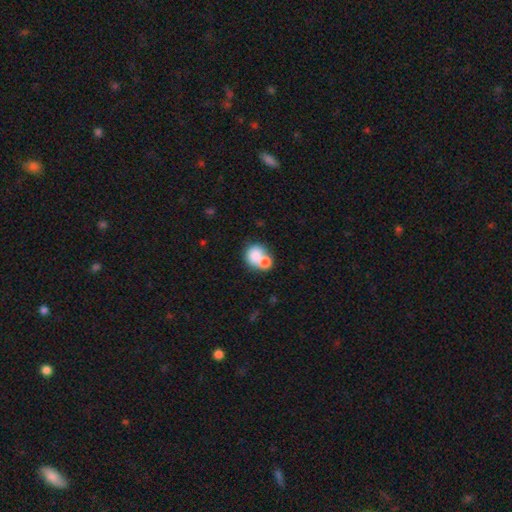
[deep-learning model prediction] smooth-or-featured: smooth: 75% | featured or disk: 16% | star or artifact: 9%
  how-rounded: round: 69% | in between: 30% | cigar-shaped: 1%
  merging: merger: 60% | none: 29% | minor disturbance: 7% | major disturbance: 4%